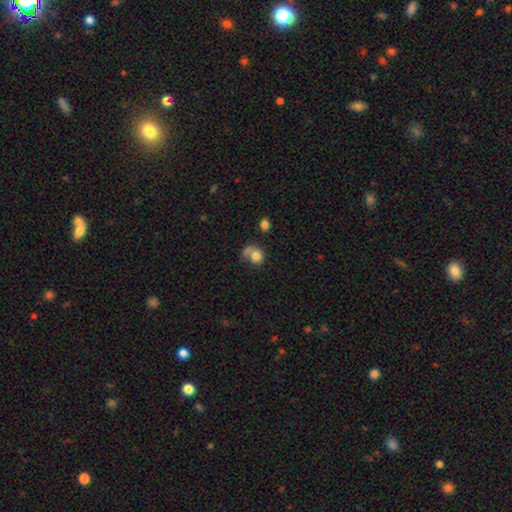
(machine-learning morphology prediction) Q: Smooth or featured?
A: smooth (77%); runner-up: featured or disk (13%)
Q: How rounded?
A: round (75%); runner-up: in between (24%)
Q: Merging?
A: none (41%); runner-up: merger (26%)